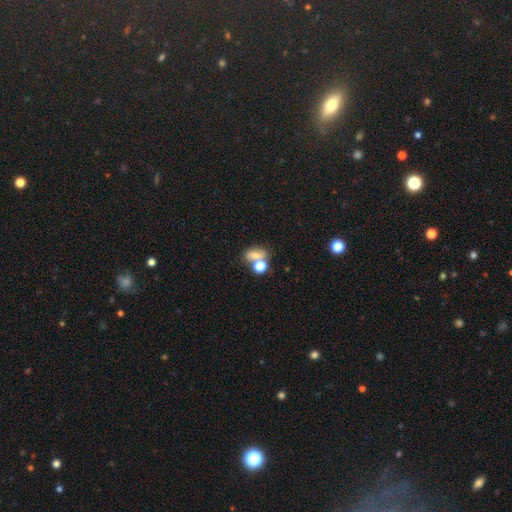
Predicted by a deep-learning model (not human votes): Q: Smooth or featured?
A: smooth (68%); runner-up: star or artifact (16%)
Q: How rounded?
A: in between (64%); runner-up: round (33%)
Q: Merging?
A: merger (44%); runner-up: none (38%)